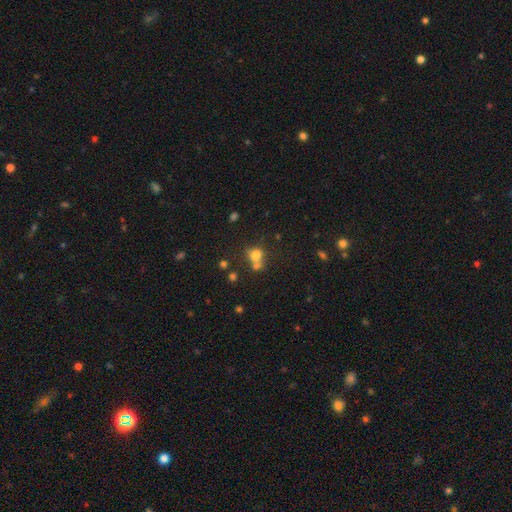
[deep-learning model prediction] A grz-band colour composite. It shows a smooth galaxy with no disk features (66%) that is round (52%). Merging: merger (48%).